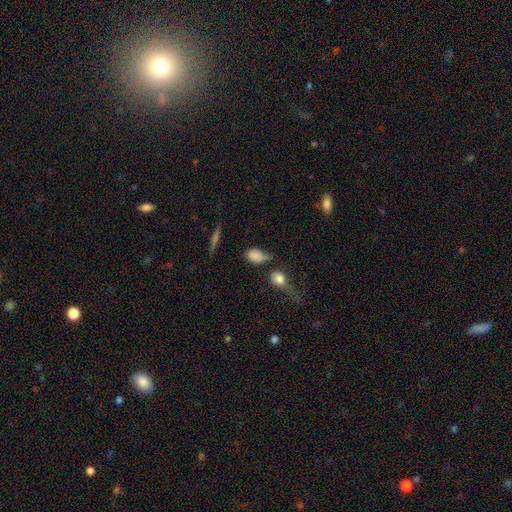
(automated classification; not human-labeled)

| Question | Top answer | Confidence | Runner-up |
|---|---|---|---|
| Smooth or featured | smooth | 77% | featured or disk (12%) |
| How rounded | in between | 75% | round (21%) |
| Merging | none | 40% | minor disturbance (26%) |